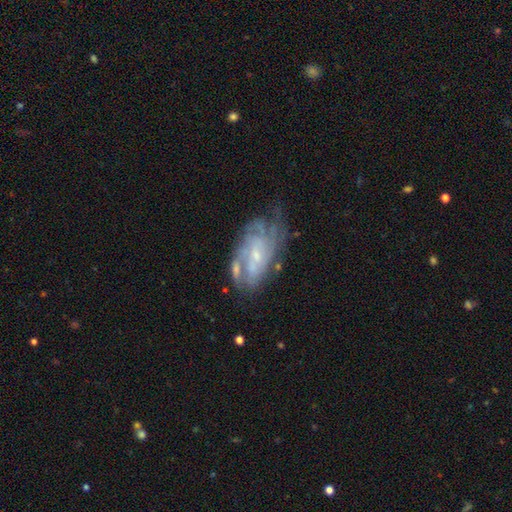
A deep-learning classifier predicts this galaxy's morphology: Q: Smooth or featured?
A: featured or disk (79%); runner-up: smooth (13%)
Q: Edge-on disk?
A: no (94%); runner-up: yes (6%)
Q: Bar?
A: no (57%); runner-up: weak (35%)
Q: Spiral arms?
A: yes (87%); runner-up: no (13%)
Q: Spiral winding?
A: tight (56%); runner-up: medium (33%)
Q: Spiral arm count?
A: can't tell (49%); runner-up: 2 (15%)
Q: Bulge size?
A: small (70%); runner-up: moderate (21%)
Q: Merging?
A: none (51%); runner-up: minor disturbance (25%)